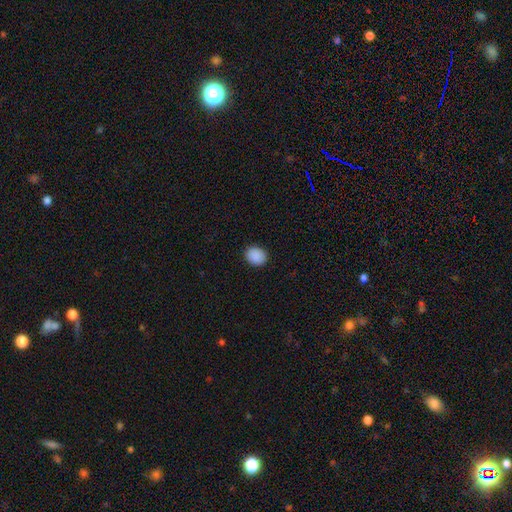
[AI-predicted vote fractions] Overall: smooth (90%). How rounded: round (56%; in between 43%). Merging: none (90%).